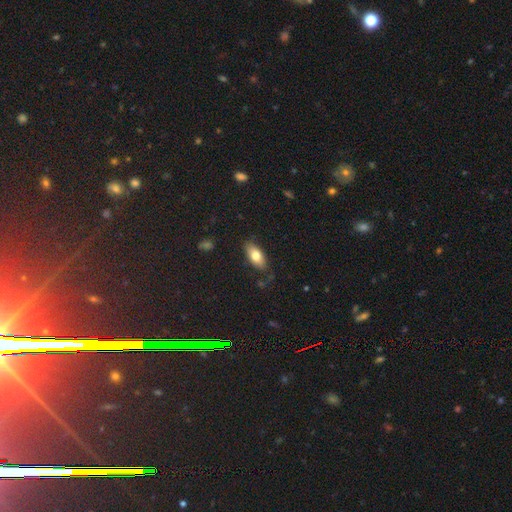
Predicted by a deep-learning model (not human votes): smooth-or-featured: smooth: 75% | featured or disk: 17% | star or artifact: 7%
  how-rounded: in between: 87% | cigar-shaped: 10% | round: 3%
  merging: none: 80% | minor disturbance: 15% | major disturbance: 3% | merger: 2%